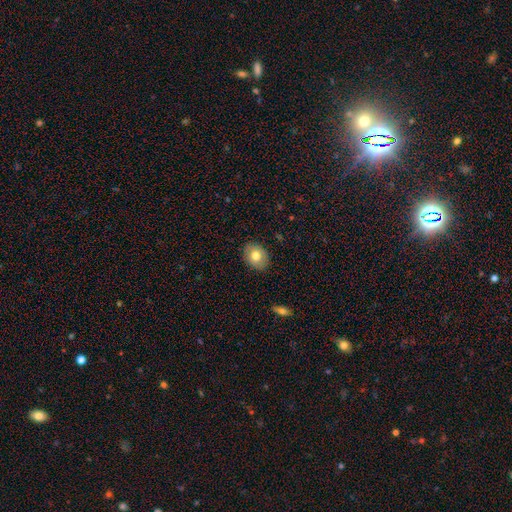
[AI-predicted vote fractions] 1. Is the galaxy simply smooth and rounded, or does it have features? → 76% smooth, 16% featured or disk, 7% star or artifact.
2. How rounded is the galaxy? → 66% in between, 33% round, 1% cigar-shaped.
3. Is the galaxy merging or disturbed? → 88% none, 9% minor disturbance, 2% major disturbance, 1% merger.